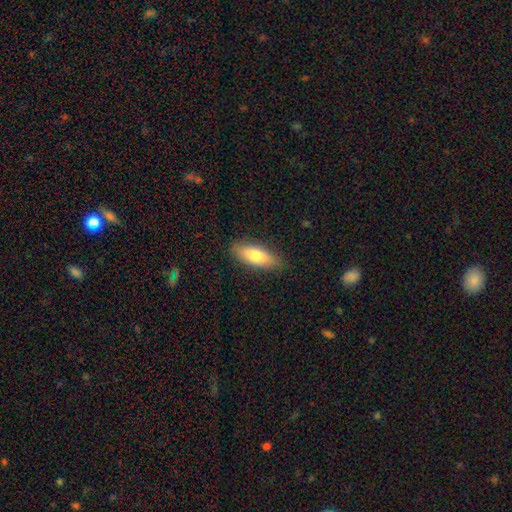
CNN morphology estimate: A smooth galaxy with no disk features (76%) that is in between round and cigar-shaped (65%).

Vote fractions:
- Smooth or featured? smooth: 76% / featured or disk: 18% / star or artifact: 6%
- How rounded? in between: 65% / cigar-shaped: 33% / round: 2%
- Merging? none: 86% / minor disturbance: 10% / major disturbance: 2% / merger: 1%